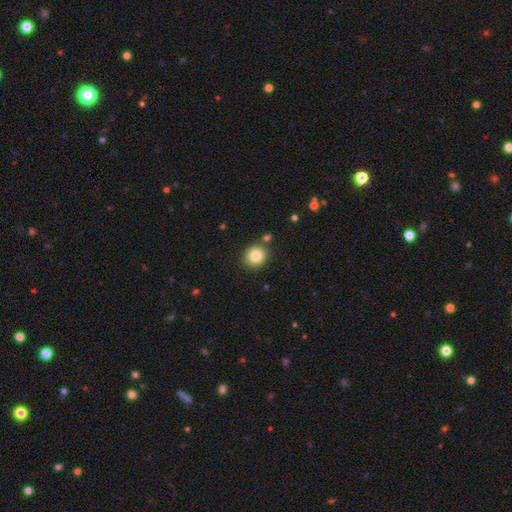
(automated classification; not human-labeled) Smooth or featured? smooth (83%)
How rounded? round (84%)
Merging? none (82%)